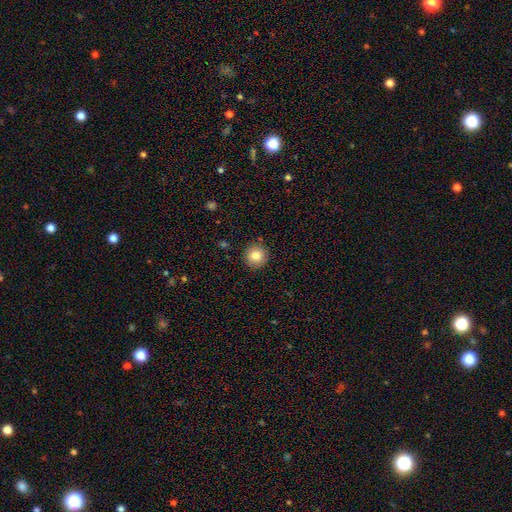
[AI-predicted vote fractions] Morphology: type=smooth (83%); roundness=round (94%); merging=none (90%).